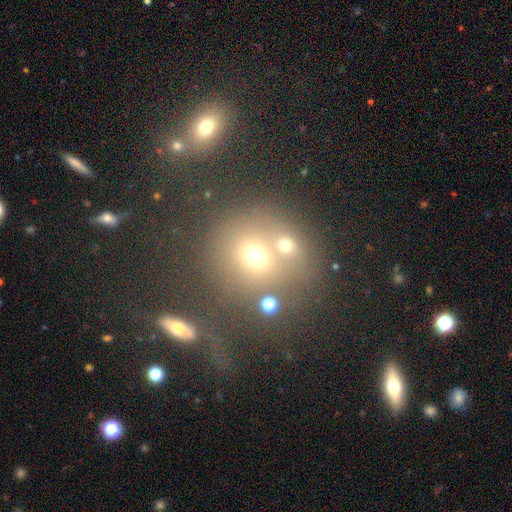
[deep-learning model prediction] smooth-or-featured: smooth: 61% | star or artifact: 21% | featured or disk: 18%
  how-rounded: round: 83% | in between: 16% | cigar-shaped: 1%
  merging: none: 51% | merger: 30% | minor disturbance: 11% | major disturbance: 7%